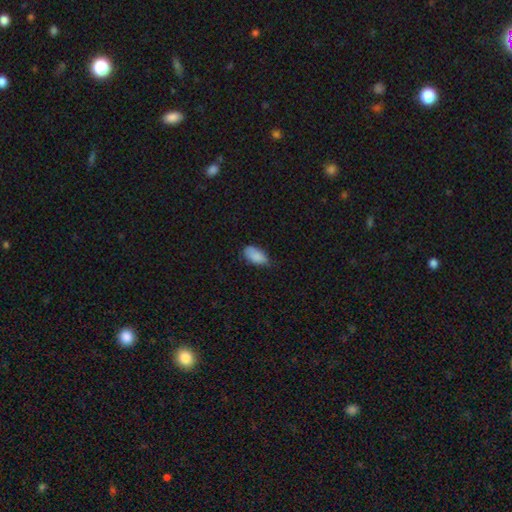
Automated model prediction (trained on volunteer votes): smooth_or_featured: smooth (p=0.87) [alt: star or artifact p=0.07]
how_rounded: in between (p=0.93) [alt: cigar-shaped p=0.04]
merging: none (p=0.58) [alt: minor disturbance p=0.35]